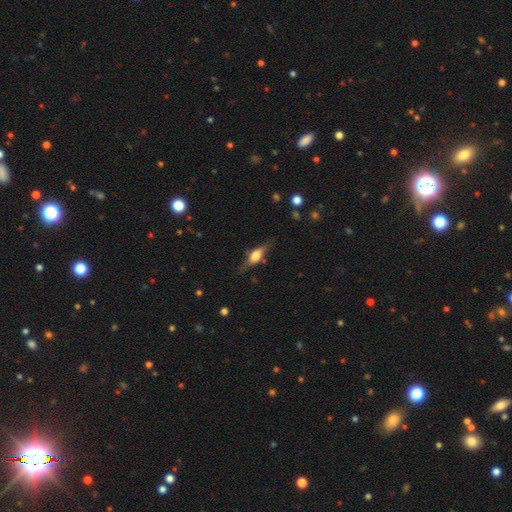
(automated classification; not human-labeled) featured or disk 60%, smooth 33%, star or artifact 8%. Down the decision tree: edge-on disk — yes (93%); edge-on bulge — rounded (90%); merging — none (77%).